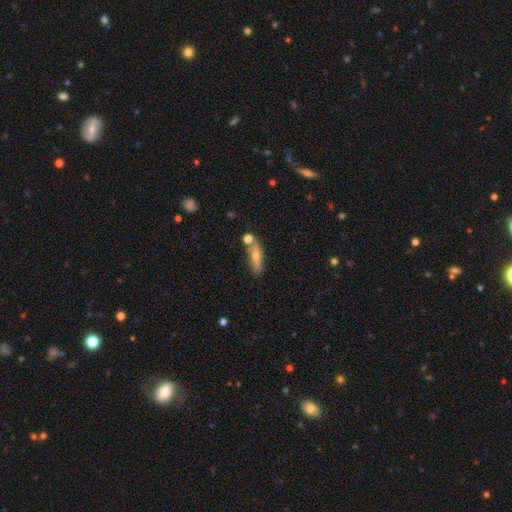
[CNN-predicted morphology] This appears to be a smooth galaxy with no disk features (50%) that is cigar-shaped (71%). Merging: none (73%).